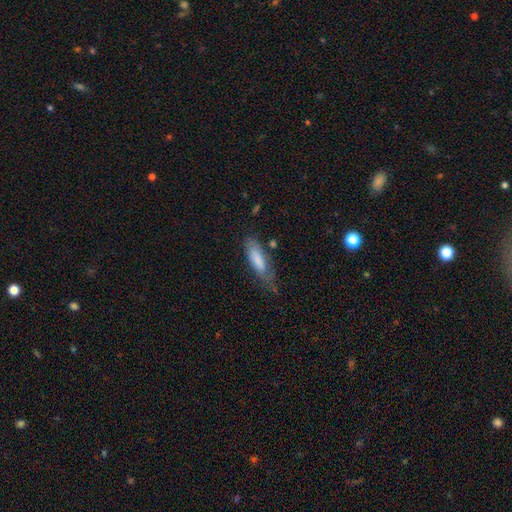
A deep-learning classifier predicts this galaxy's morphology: A smooth galaxy with no disk features (67%) that is cigar-shaped (52%). Merging: none (56%).